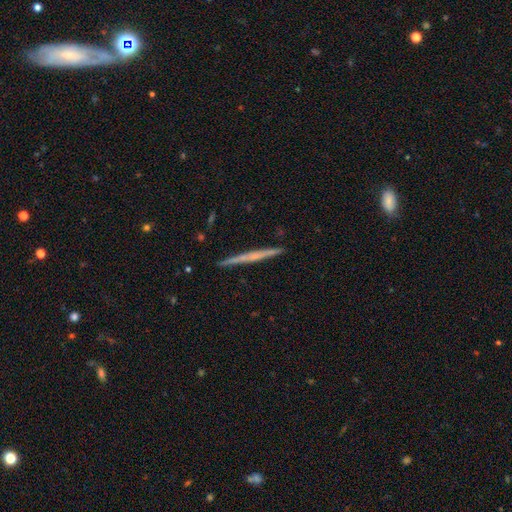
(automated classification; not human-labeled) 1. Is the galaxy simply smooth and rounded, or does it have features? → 63% featured or disk, 31% smooth, 6% star or artifact.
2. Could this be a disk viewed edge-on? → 98% yes, 2% no.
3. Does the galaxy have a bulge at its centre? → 66% none, 27% rounded, 6% boxy.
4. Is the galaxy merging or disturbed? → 92% none, 6% minor disturbance, 1% merger, 1% major disturbance.